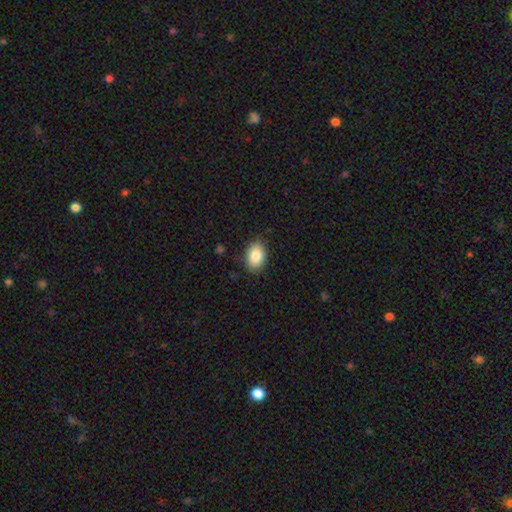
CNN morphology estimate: This appears to be a smooth galaxy with no disk features (85%) that is in between round and cigar-shaped (84%). Merging: none (85%).